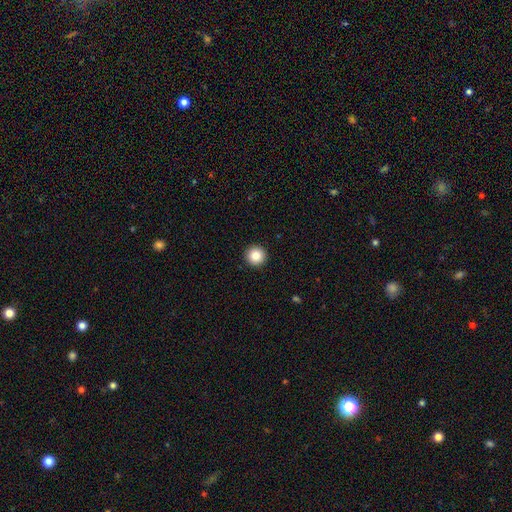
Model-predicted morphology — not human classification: smooth-or-featured: smooth: 87% | star or artifact: 9% | featured or disk: 4%
  how-rounded: round: 97% | in between: 3% | cigar-shaped: 1%
  merging: none: 94% | minor disturbance: 4% | major disturbance: 1% | merger: 1%